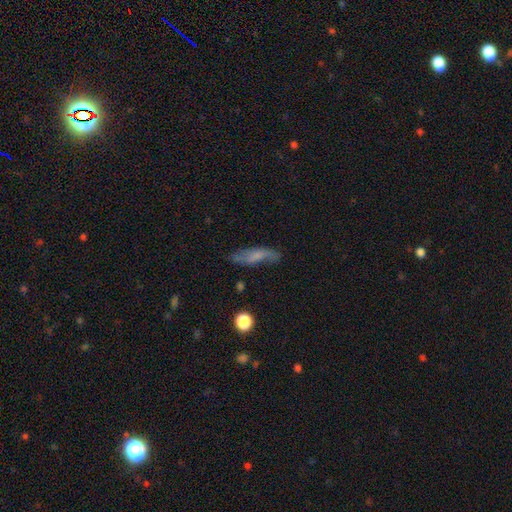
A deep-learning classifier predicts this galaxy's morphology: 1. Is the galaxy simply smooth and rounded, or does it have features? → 46% featured or disk, 45% smooth, 9% star or artifact.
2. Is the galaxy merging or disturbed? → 69% none, 21% minor disturbance, 7% major disturbance, 2% merger.